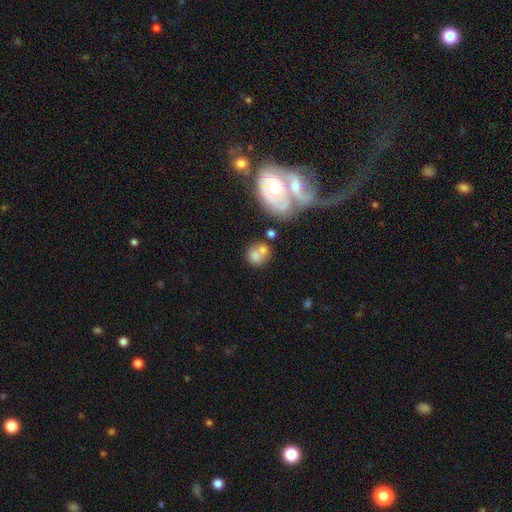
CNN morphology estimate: type=smooth (67%); roundness=round (69%); merging=merger (43%).